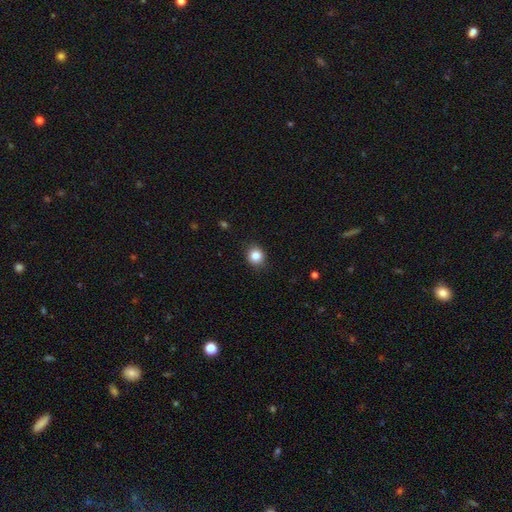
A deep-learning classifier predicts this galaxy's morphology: Smooth or featured? smooth (84%)
How rounded? round (81%)
Merging? none (89%)